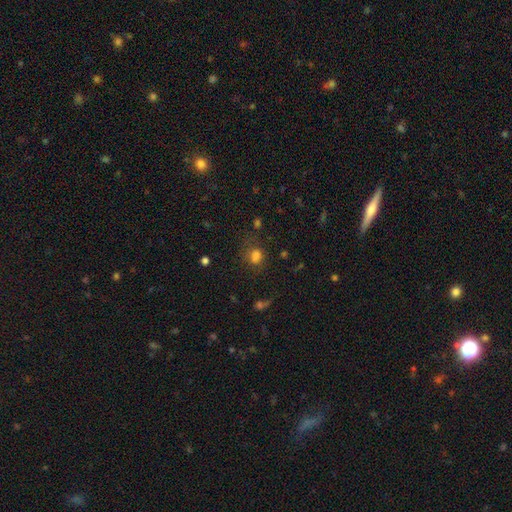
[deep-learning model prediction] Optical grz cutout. It shows a smooth galaxy with no disk features (69%) that is round (56%). Merging: none (46%).